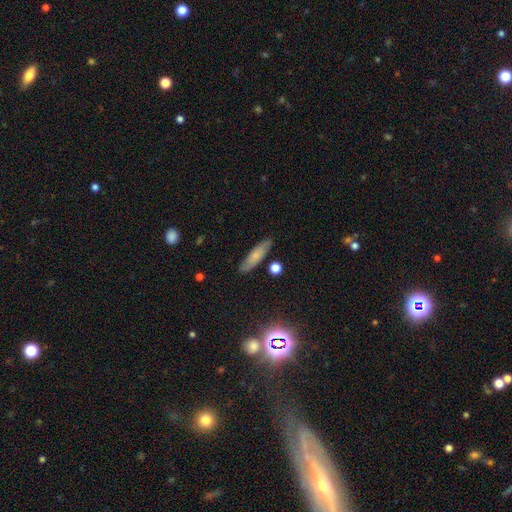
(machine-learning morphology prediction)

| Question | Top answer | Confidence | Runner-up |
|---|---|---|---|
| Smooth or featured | smooth | 66% | featured or disk (24%) |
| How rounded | cigar-shaped | 66% | in between (32%) |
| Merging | none | 83% | minor disturbance (12%) |